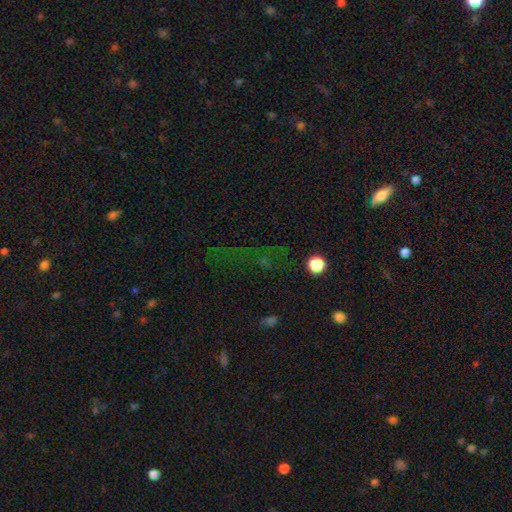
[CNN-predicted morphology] star or artifact 66%, smooth 21%, featured or disk 13%.